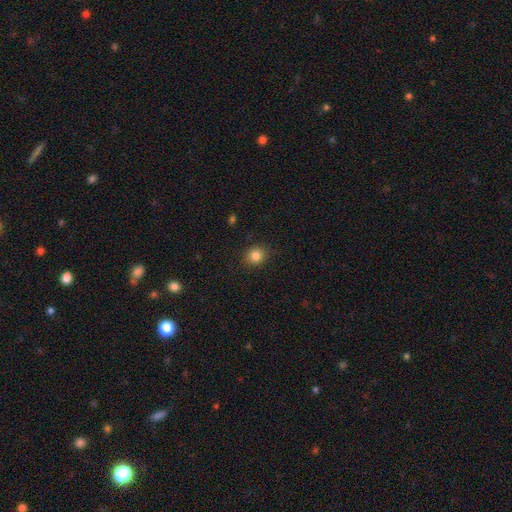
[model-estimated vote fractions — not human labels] Smooth or featured: smooth — 84% (star or artifact — 11%)
How rounded: round — 79% (in between — 20%)
Merging: none — 88% (minor disturbance — 9%)